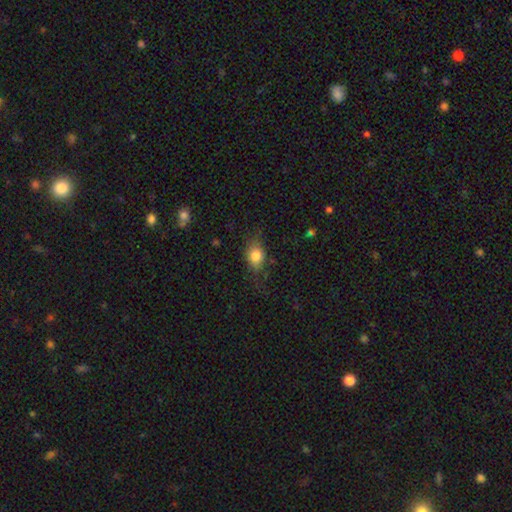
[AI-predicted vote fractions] Overall: smooth (80%). How rounded: in between (70%). Merging: none (70%).